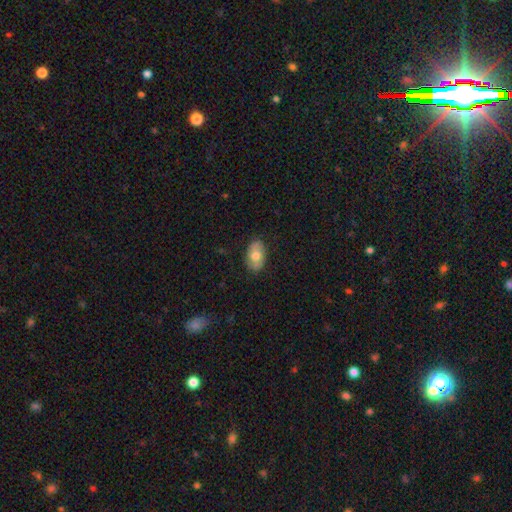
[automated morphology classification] smooth-or-featured: smooth: 68% | featured or disk: 25% | star or artifact: 7%
  how-rounded: in between: 89% | round: 9% | cigar-shaped: 1%
  merging: none: 83% | minor disturbance: 13% | major disturbance: 3% | merger: 1%